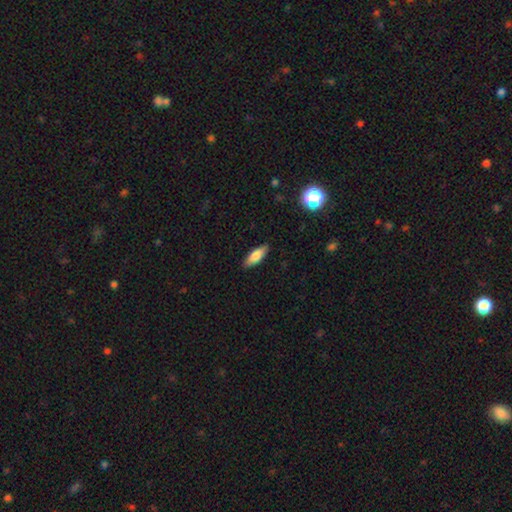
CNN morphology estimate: A smooth galaxy with no disk features (77%) that is in between round and cigar-shaped (65%).

Vote fractions:
- Smooth or featured? smooth: 77% / featured or disk: 17% / star or artifact: 6%
- How rounded? in between: 65% / cigar-shaped: 33% / round: 2%
- Merging? none: 88% / minor disturbance: 9% / major disturbance: 2% / merger: 1%